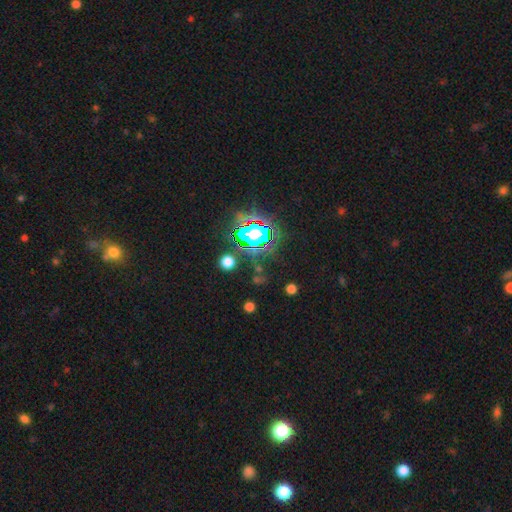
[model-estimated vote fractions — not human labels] Smooth or featured?
  - star or artifact: 81% *
  - smooth: 12%
  - featured or disk: 8%